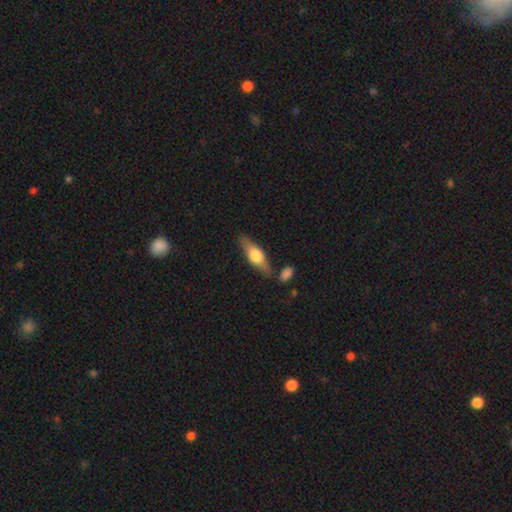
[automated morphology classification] Q: Smooth or featured?
A: featured or disk (51%); runner-up: smooth (43%)
Q: Edge-on disk?
A: yes (91%); runner-up: no (9%)
Q: Merging?
A: none (79%); runner-up: minor disturbance (11%)